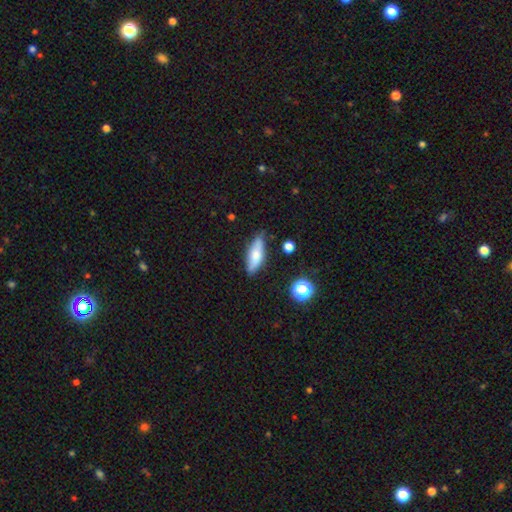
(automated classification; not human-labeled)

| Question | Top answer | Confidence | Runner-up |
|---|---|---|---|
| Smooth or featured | smooth | 69% | featured or disk (23%) |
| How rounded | in between | 57% | cigar-shaped (40%) |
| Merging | none | 77% | minor disturbance (17%) |